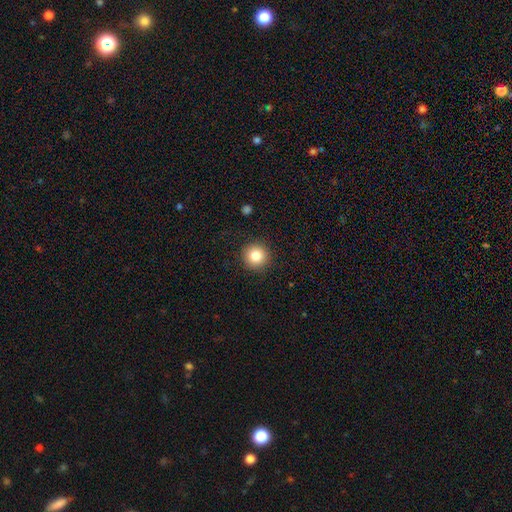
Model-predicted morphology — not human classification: smooth-or-featured: smooth: 83% | star or artifact: 10% | featured or disk: 7%
  how-rounded: round: 95% | in between: 4% | cigar-shaped: 1%
  merging: none: 91% | minor disturbance: 6% | major disturbance: 2% | merger: 1%